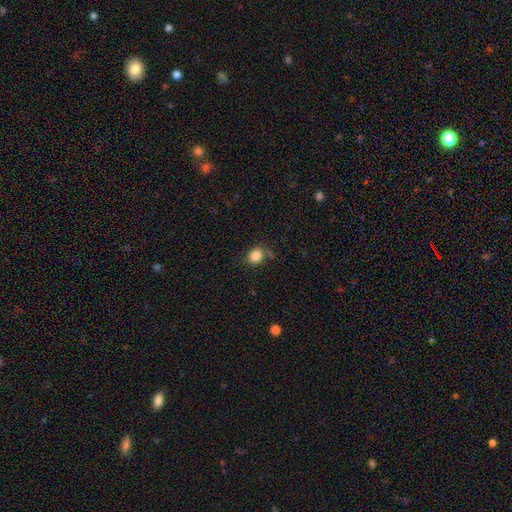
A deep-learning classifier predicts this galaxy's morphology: A smooth galaxy with no disk features (84%) that is round (66%).

Vote fractions:
- Smooth or featured? smooth: 84% / star or artifact: 10% / featured or disk: 5%
- How rounded? round: 66% / in between: 33% / cigar-shaped: 1%
- Merging? none: 75% / minor disturbance: 16% / major disturbance: 5% / merger: 4%